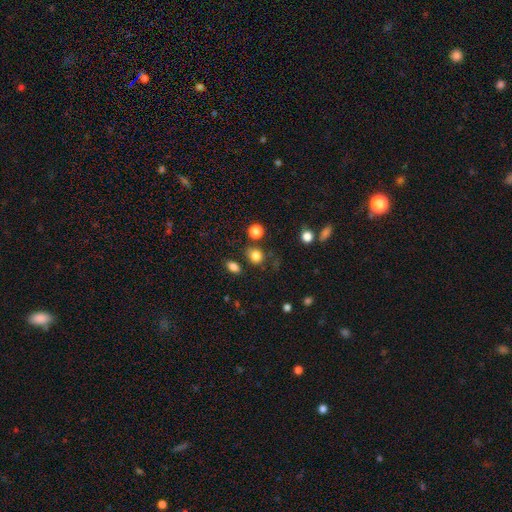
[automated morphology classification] smooth-or-featured: smooth: 82% | star or artifact: 13% | featured or disk: 6%
  how-rounded: round: 67% | in between: 32% | cigar-shaped: 1%
  merging: none: 75% | minor disturbance: 13% | merger: 7% | major disturbance: 5%